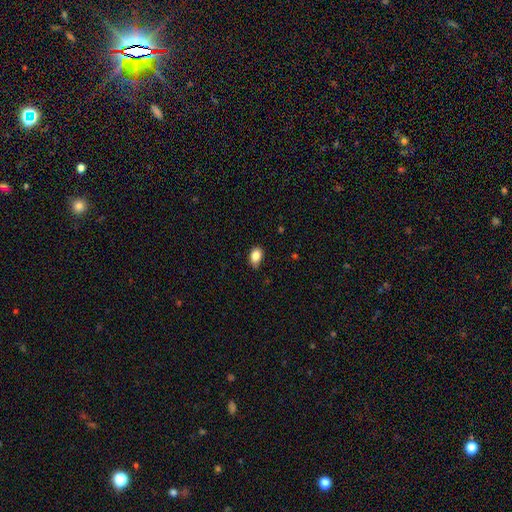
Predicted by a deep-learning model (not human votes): A smooth galaxy with no disk features (85%) that is in between round and cigar-shaped (85%).

Vote fractions:
- Smooth or featured? smooth: 85% / star or artifact: 8% / featured or disk: 7%
- How rounded? in between: 85% / round: 13% / cigar-shaped: 1%
- Merging? none: 77% / minor disturbance: 19% / major disturbance: 3% / merger: 1%